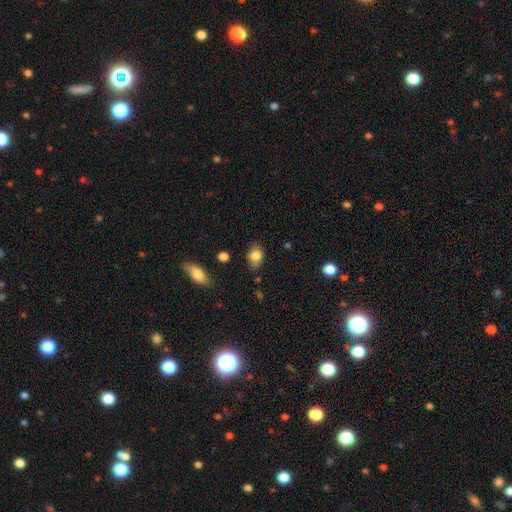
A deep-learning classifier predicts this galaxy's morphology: This appears to be a smooth galaxy with no disk features (82%) that is in between round and cigar-shaped (69%). Merging: none (70%).